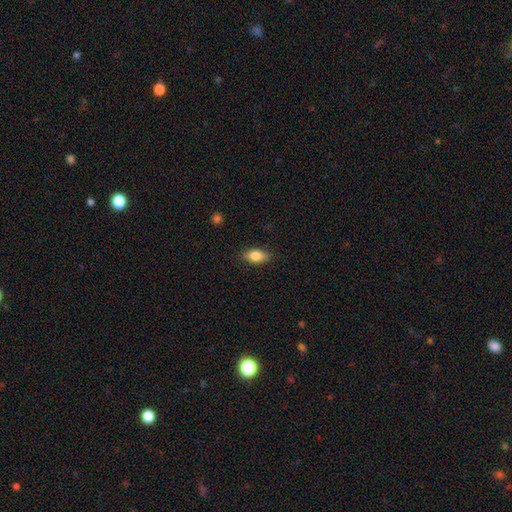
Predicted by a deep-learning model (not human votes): Q: Smooth or featured?
A: smooth (80%); runner-up: featured or disk (12%)
Q: How rounded?
A: in between (86%); runner-up: cigar-shaped (8%)
Q: Merging?
A: none (85%); runner-up: minor disturbance (12%)